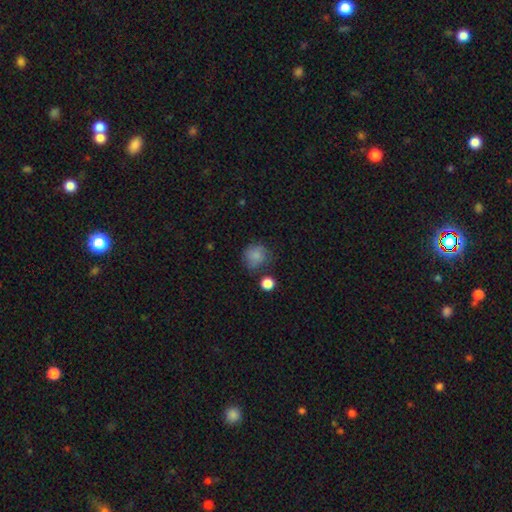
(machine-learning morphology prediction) type=smooth (82%); roundness=round (83%); merging=none (67%).